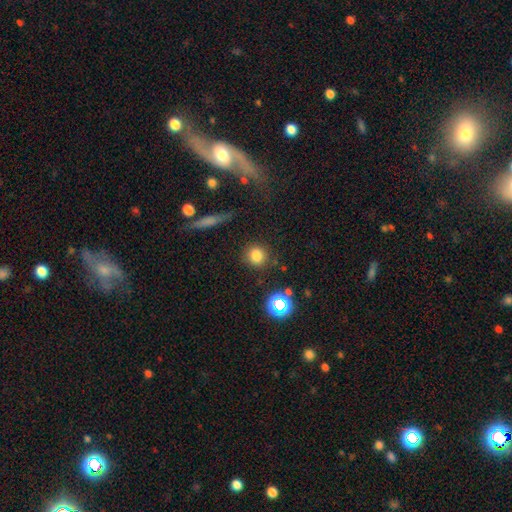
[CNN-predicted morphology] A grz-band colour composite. It shows a smooth galaxy with no disk features (79%) that is round (85%). Merging: none (84%).